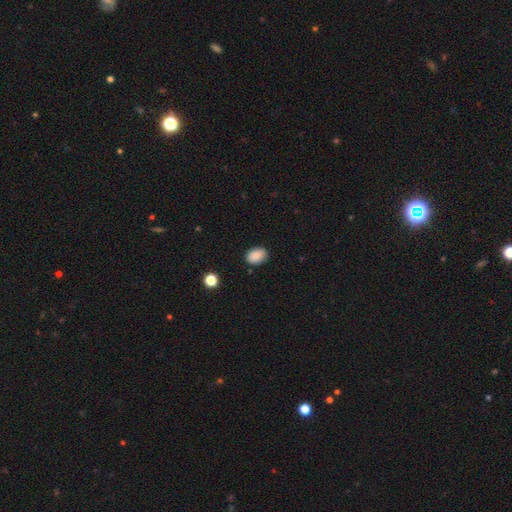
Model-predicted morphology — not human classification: Smooth or featured? smooth (87%)
How rounded? in between (77%)
Merging? none (85%)